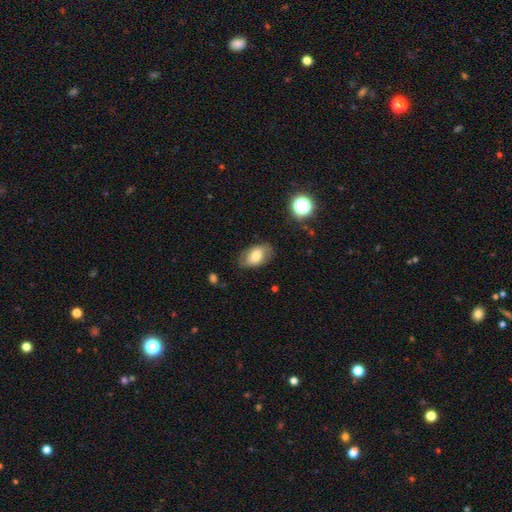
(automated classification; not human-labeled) Smooth or featured?
  - smooth: 68% *
  - featured or disk: 24%
  - star or artifact: 8%
How rounded?
  - in between: 90% *
  - round: 8%
  - cigar-shaped: 2%
Merging?
  - none: 73% *
  - minor disturbance: 19%
  - major disturbance: 6%
  - merger: 1%